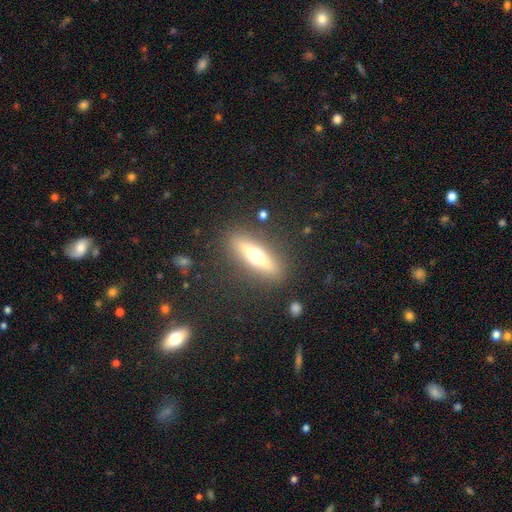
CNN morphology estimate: smooth-or-featured: featured or disk: 51% | smooth: 42% | star or artifact: 7%
  disk-edge-on: yes: 87% | no: 13%
  merging: none: 87% | minor disturbance: 8% | major disturbance: 3% | merger: 2%